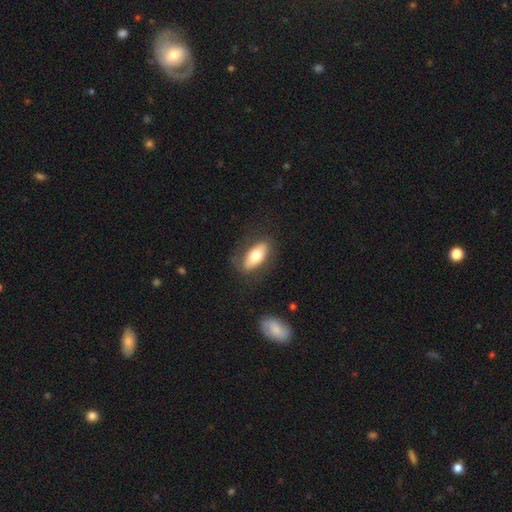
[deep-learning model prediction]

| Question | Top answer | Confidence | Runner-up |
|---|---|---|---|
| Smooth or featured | smooth | 65% | featured or disk (30%) |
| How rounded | in between | 85% | cigar-shaped (12%) |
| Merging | none | 77% | minor disturbance (15%) |